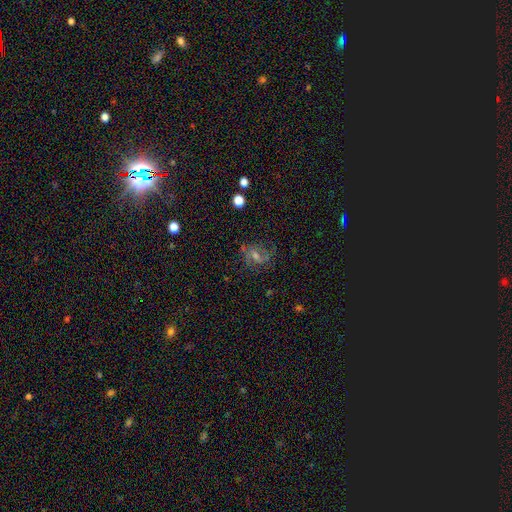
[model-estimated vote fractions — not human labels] This is possibly a featured or disk galaxy (56%). It is clearly not viewed edge-on (96%). Bar: possibly weak (50%). Spiral arm pattern: clearly yes (81%). Central bulge: marginally moderate (44%). Merging: likely none (65%).